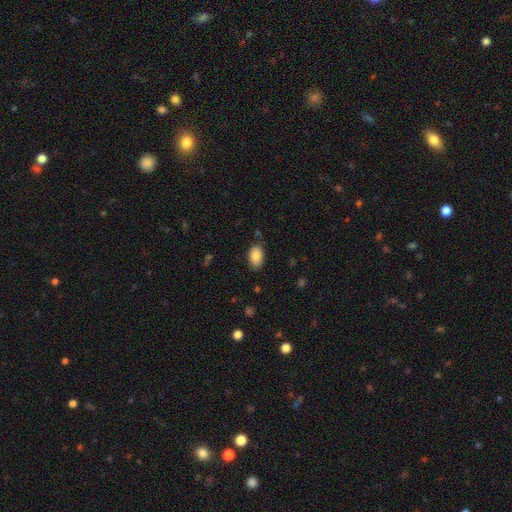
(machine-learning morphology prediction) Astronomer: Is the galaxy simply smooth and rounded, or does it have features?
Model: smooth — 86%.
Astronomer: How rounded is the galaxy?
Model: in between — 91%.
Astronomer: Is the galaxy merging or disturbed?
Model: none — 80%.